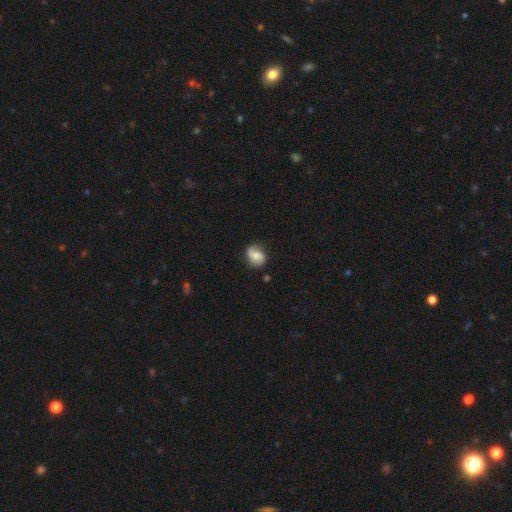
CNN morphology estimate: featured or disk 54%, smooth 38%, star or artifact 8%. Down the decision tree: edge-on disk — no (97%); bar — no (54%); spiral arms — yes (91%); bulge size — moderate (43%); merging — none (66%).